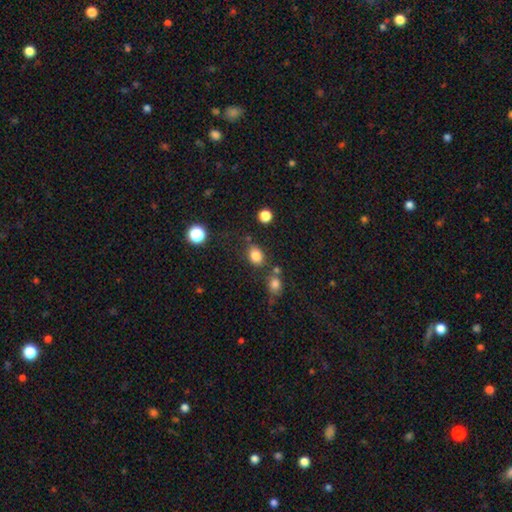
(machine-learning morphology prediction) Overall: smooth (82%). How rounded: in between (62%; round 37%). Merging: none (72%).